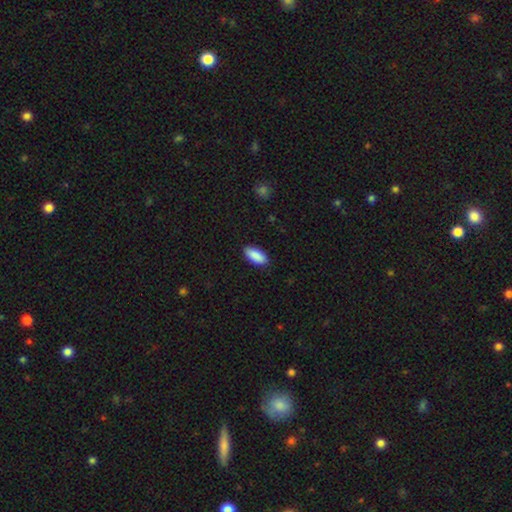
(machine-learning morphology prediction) Smooth or featured?
  - smooth: 90% *
  - star or artifact: 6%
  - featured or disk: 4%
How rounded?
  - in between: 86% *
  - cigar-shaped: 12%
  - round: 2%
Merging?
  - none: 87% *
  - minor disturbance: 10%
  - major disturbance: 2%
  - merger: 1%